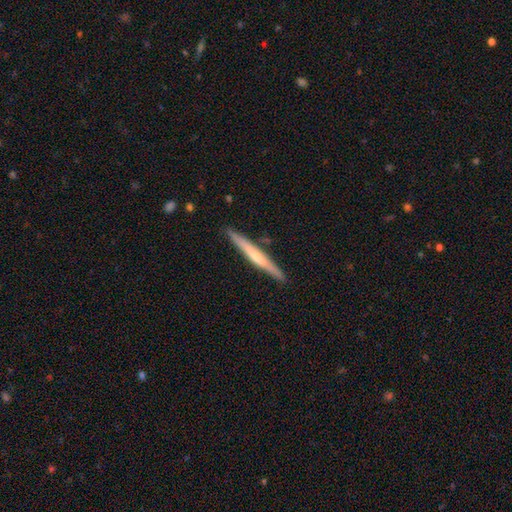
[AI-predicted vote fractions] Smooth or featured? Predicted: featured or disk (p=0.50). Edge-on disk? Predicted: yes (p=0.96). Merging? Predicted: none (p=0.87).